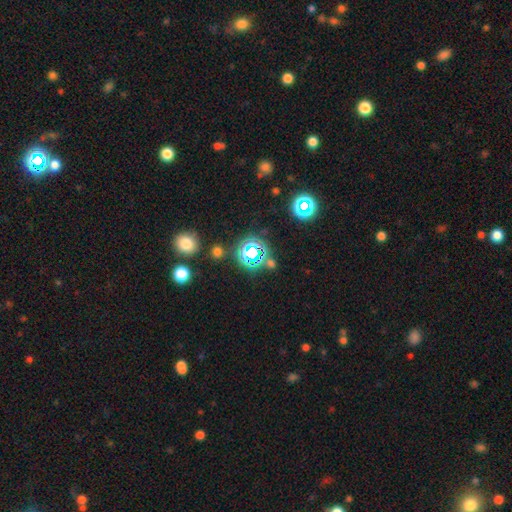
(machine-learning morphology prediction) A star or artifact, not a galaxy (68%).